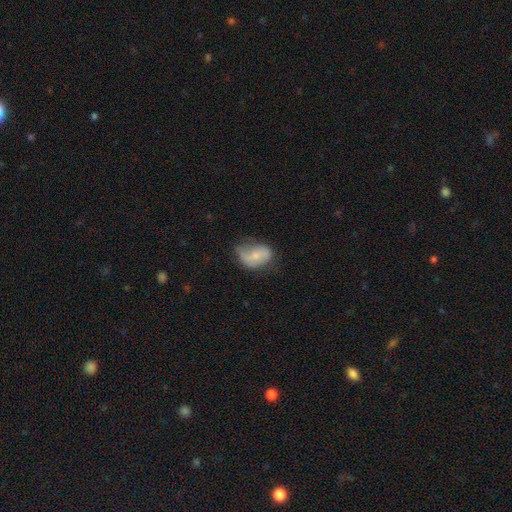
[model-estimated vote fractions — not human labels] smooth 56%, featured or disk 37%, star or artifact 8%. Down the decision tree: how rounded — in between (81%); merging — none (40%).